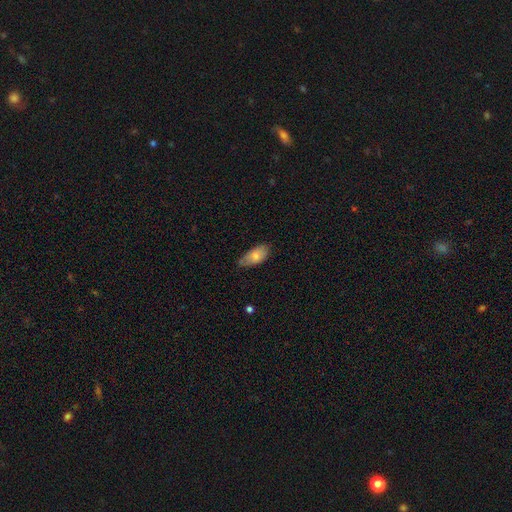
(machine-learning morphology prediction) smooth 77%, featured or disk 17%, star or artifact 6%. Down the decision tree: how rounded — in between (90%); merging — none (65%).